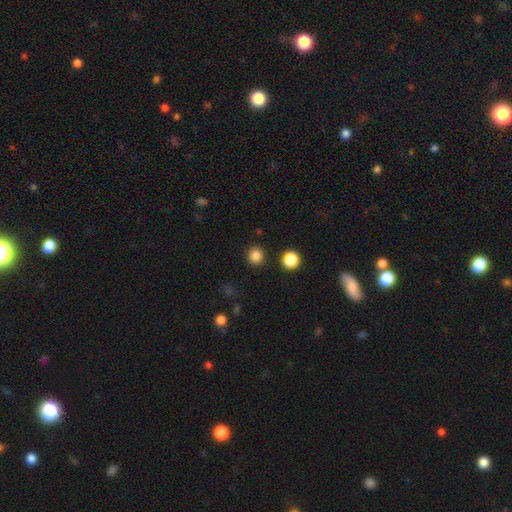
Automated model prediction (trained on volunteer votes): A smooth galaxy with no disk features (85%) that is round (89%).

Vote fractions:
- Smooth or featured? smooth: 85% / star or artifact: 12% / featured or disk: 4%
- How rounded? round: 89% / in between: 10% / cigar-shaped: 1%
- Merging? none: 89% / minor disturbance: 6% / merger: 2% / major disturbance: 2%